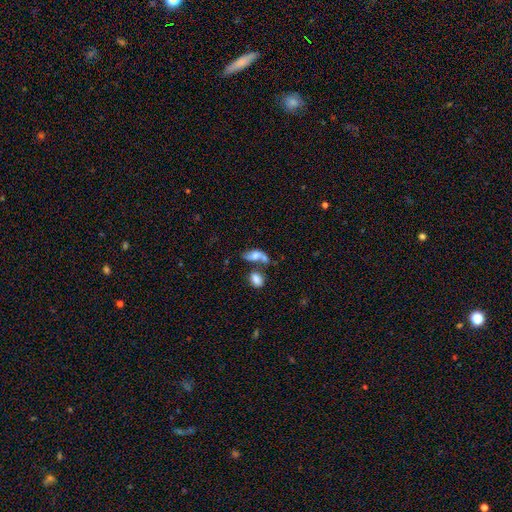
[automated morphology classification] Overall: smooth (55%; featured or disk 35%). How rounded: in between (83%). Merging: merger (46%; none 28%).